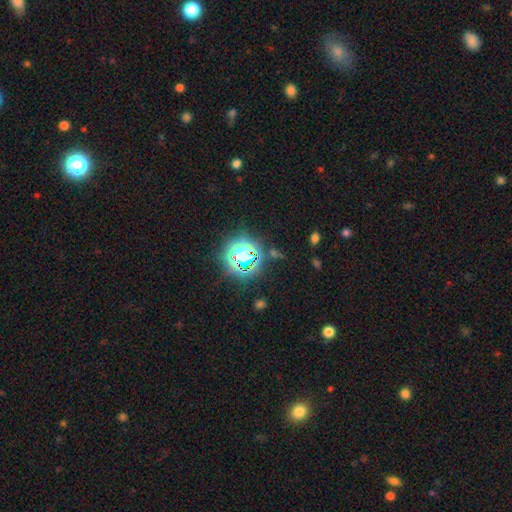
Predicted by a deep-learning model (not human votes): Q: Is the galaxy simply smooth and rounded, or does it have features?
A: star or artifact — 78%.